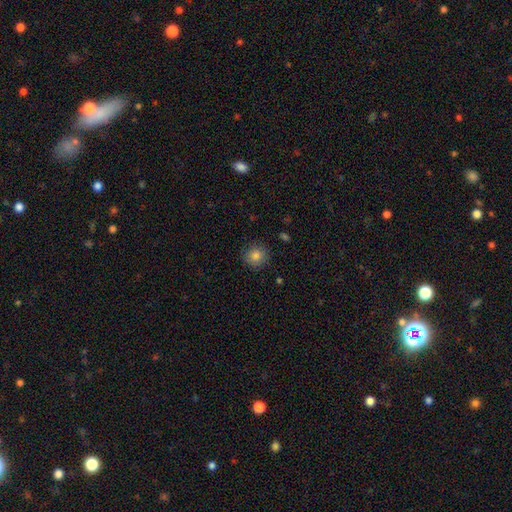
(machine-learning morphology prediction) Q: Smooth or featured?
A: smooth (83%); runner-up: star or artifact (11%)
Q: How rounded?
A: round (93%); runner-up: in between (6%)
Q: Merging?
A: none (89%); runner-up: minor disturbance (7%)